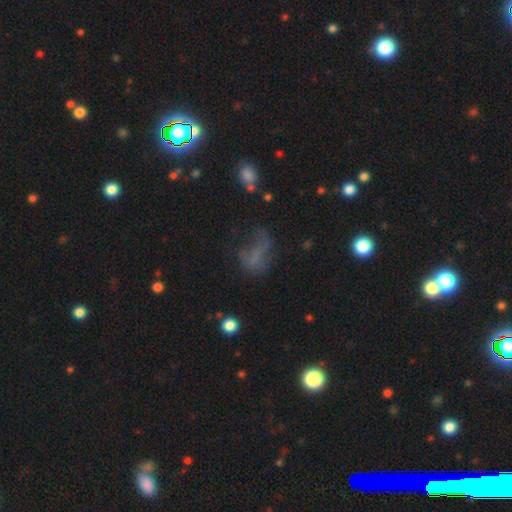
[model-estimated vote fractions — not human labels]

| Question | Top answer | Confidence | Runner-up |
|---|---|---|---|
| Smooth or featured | smooth | 46% | featured or disk (29%) |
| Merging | major disturbance | 41% | none (32%) |